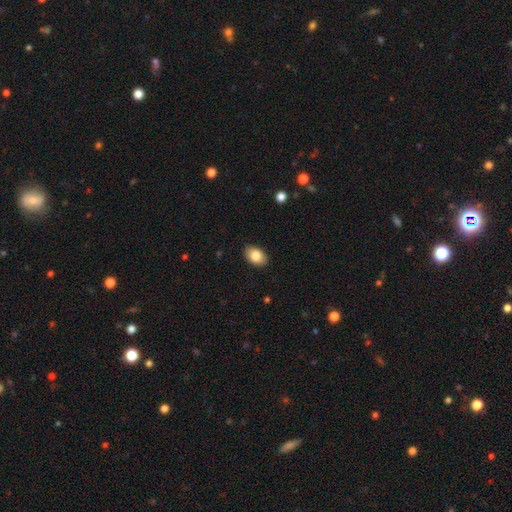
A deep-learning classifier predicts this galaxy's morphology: This is clearly a smooth galaxy (84%). How rounded: clearly in between (87%). Merging: clearly none (88%).